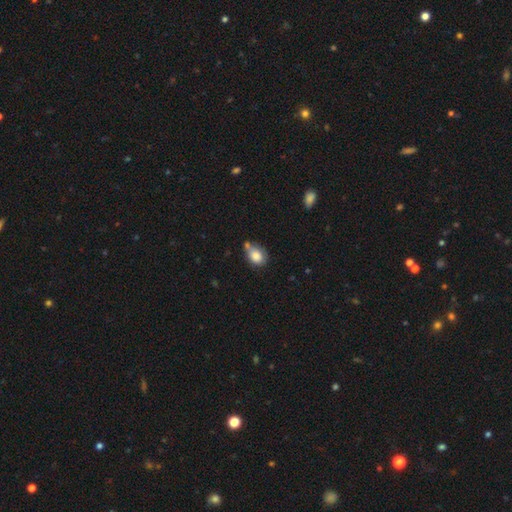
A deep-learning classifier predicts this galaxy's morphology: Smooth or featured: smooth — 82% (featured or disk — 9%)
How rounded: in between — 62% (round — 36%)
Merging: none — 45% (minor disturbance — 26%)